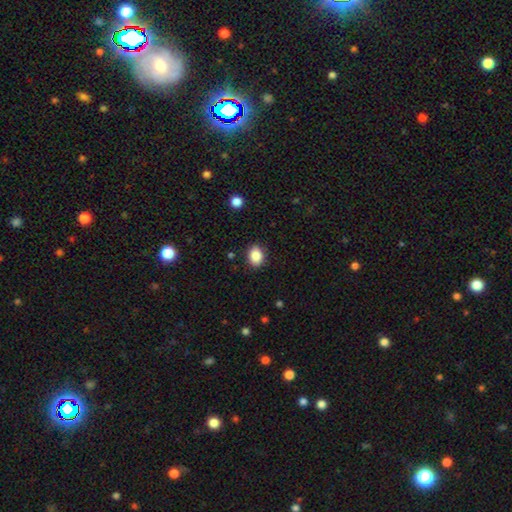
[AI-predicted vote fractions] A smooth galaxy with no disk features (87%) that is in between round and cigar-shaped (66%). Merging: none (88%).